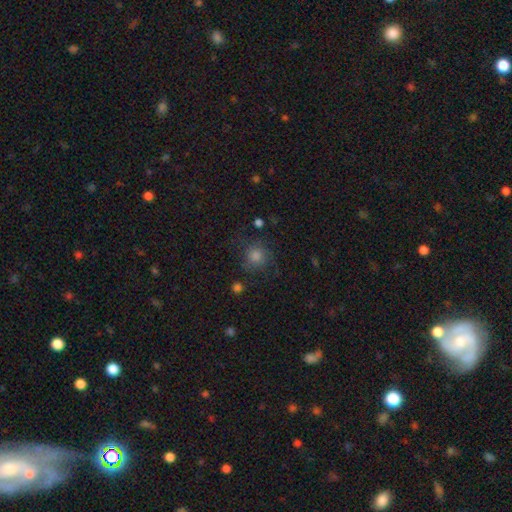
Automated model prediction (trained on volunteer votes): A smooth galaxy with no disk features (70%) that is round (90%). Merging: none (75%).